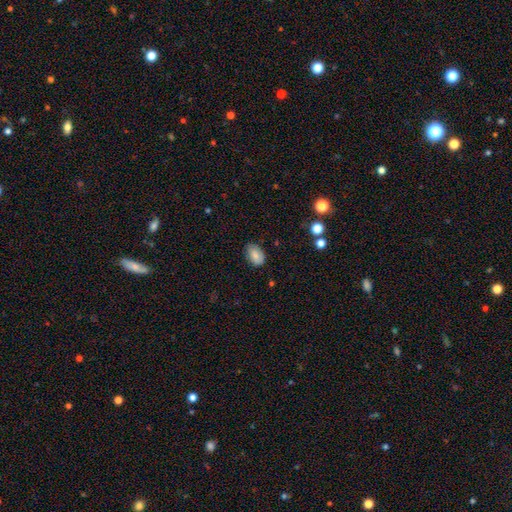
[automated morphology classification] smooth_or_featured: smooth (p=0.81) [alt: featured or disk p=0.11]
how_rounded: in between (p=0.88) [alt: round p=0.11]
merging: none (p=0.77) [alt: minor disturbance p=0.18]